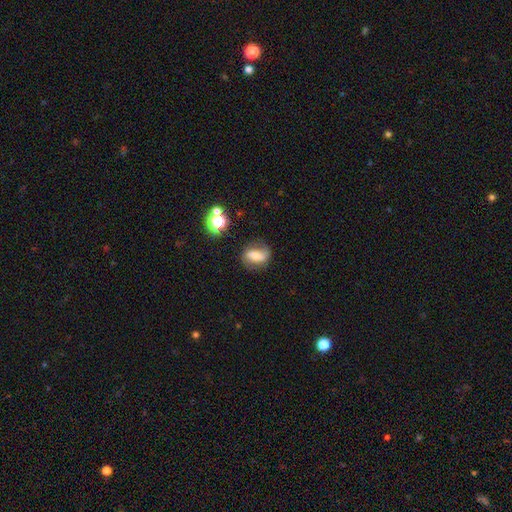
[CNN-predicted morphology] The model was most divided on "smooth or featured": smooth: 45%, featured or disk: 43%, star or artifact: 12%. More confident: merging — none (71%).